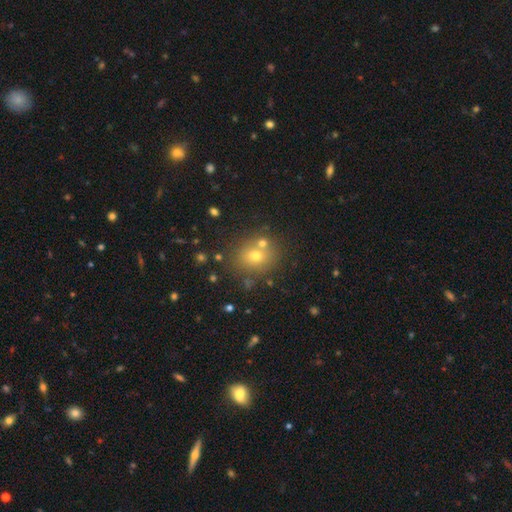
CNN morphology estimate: type=smooth (65%); roundness=round (75%); merging=none (67%).